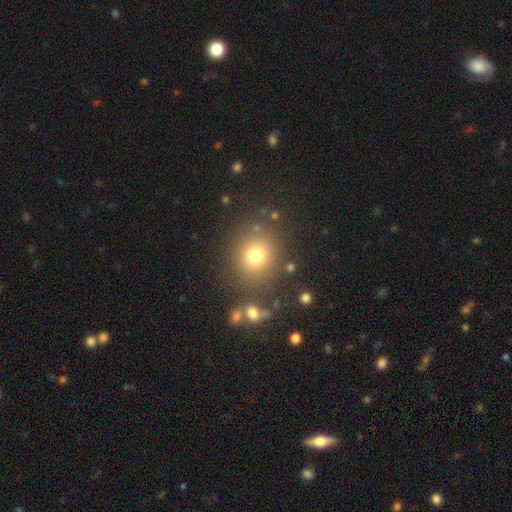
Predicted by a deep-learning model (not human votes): Overall: smooth (74%). How rounded: round (82%). Merging: none (81%).